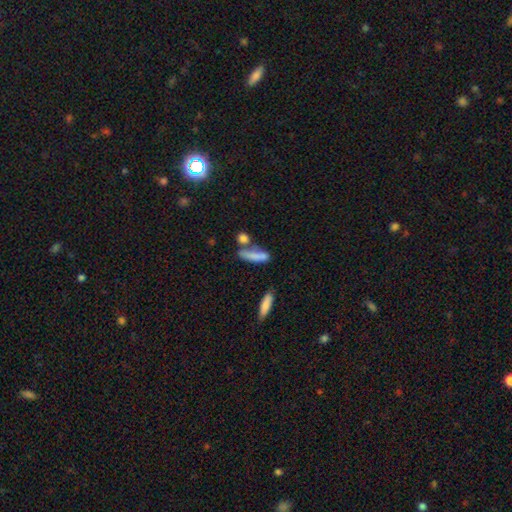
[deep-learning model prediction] smooth 77%, featured or disk 14%, star or artifact 9%. Down the decision tree: how rounded — cigar-shaped (64%); merging — none (46%).